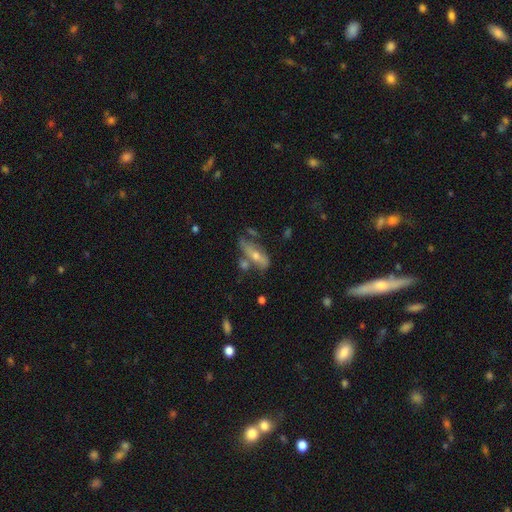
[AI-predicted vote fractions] Smooth or featured?
  - featured or disk: 55% *
  - smooth: 35%
  - star or artifact: 10%
Edge-on disk?
  - no: 54% *
  - yes: 46%
Merging?
  - none: 46% *
  - minor disturbance: 22%
  - merger: 19%
  - major disturbance: 14%